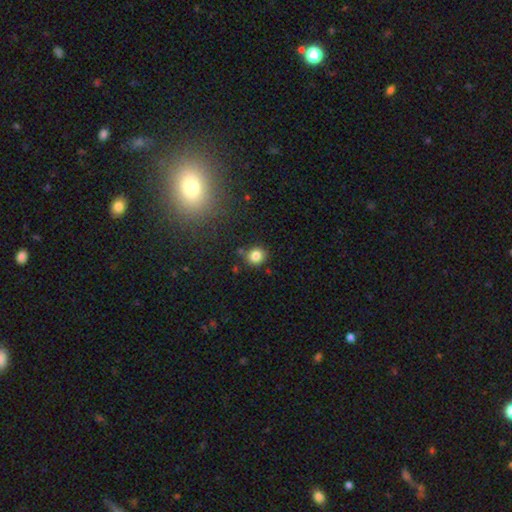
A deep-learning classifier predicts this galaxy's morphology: This is clearly a smooth galaxy (82%). How rounded: clearly round (84%). Merging: clearly none (82%).